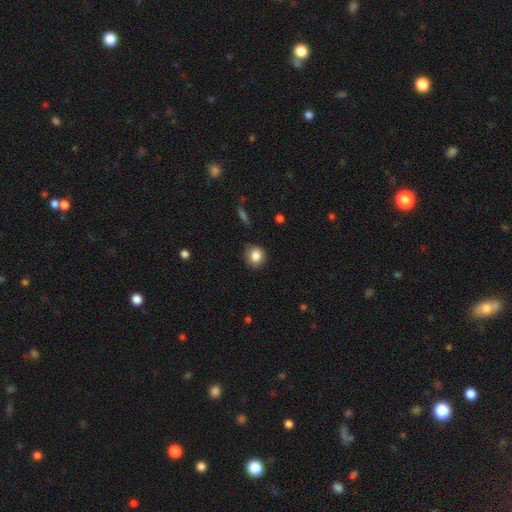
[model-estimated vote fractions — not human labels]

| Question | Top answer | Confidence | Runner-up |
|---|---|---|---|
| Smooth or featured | smooth | 85% | star or artifact (9%) |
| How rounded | round | 81% | in between (17%) |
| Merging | none | 82% | minor disturbance (14%) |